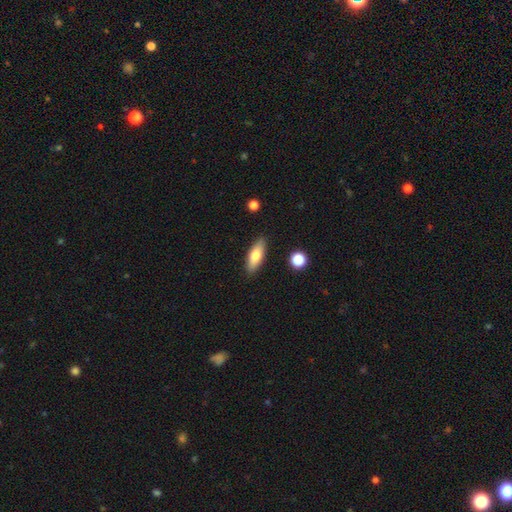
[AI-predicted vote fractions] The model was most divided on "how rounded": in between: 62%, cigar-shaped: 35%, round: 3%. More confident: merging — none (87%); smooth or featured — smooth (73%).